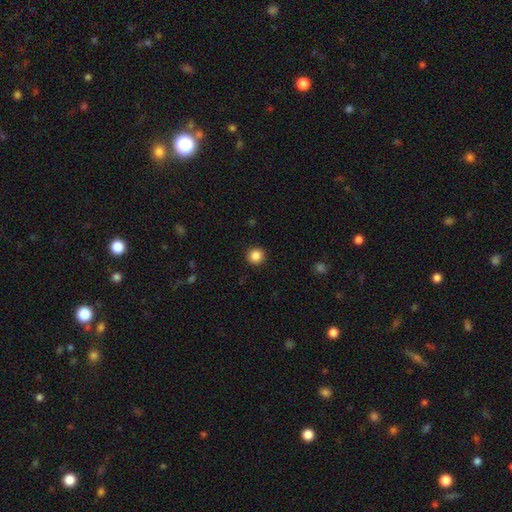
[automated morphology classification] Smooth or featured?
  - smooth: 86% *
  - star or artifact: 10%
  - featured or disk: 3%
How rounded?
  - round: 95% *
  - in between: 5%
  - cigar-shaped: 1%
Merging?
  - none: 93% *
  - minor disturbance: 5%
  - major disturbance: 2%
  - merger: 1%